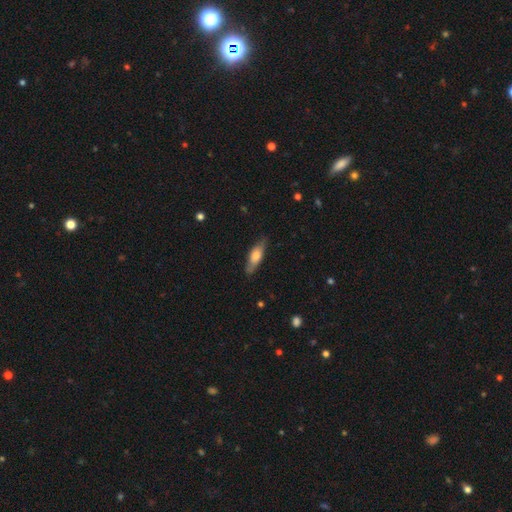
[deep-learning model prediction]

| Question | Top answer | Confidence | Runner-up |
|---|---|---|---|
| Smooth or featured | smooth | 61% | featured or disk (33%) |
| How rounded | in between | 51% | cigar-shaped (47%) |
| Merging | none | 79% | minor disturbance (17%) |